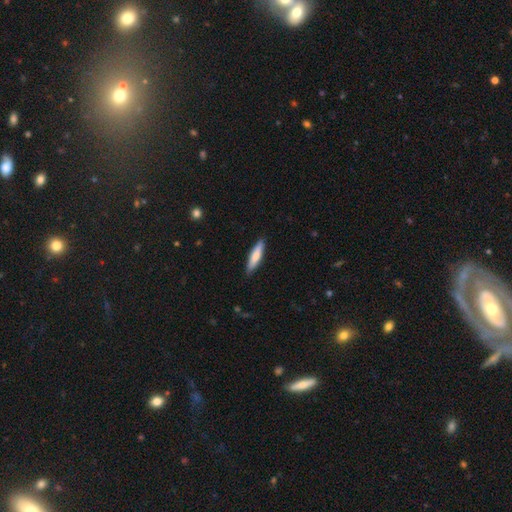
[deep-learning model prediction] smooth-or-featured: smooth: 73% | featured or disk: 22% | star or artifact: 5%
  how-rounded: cigar-shaped: 78% | in between: 21% | round: 1%
  merging: none: 87% | minor disturbance: 10% | major disturbance: 2% | merger: 1%